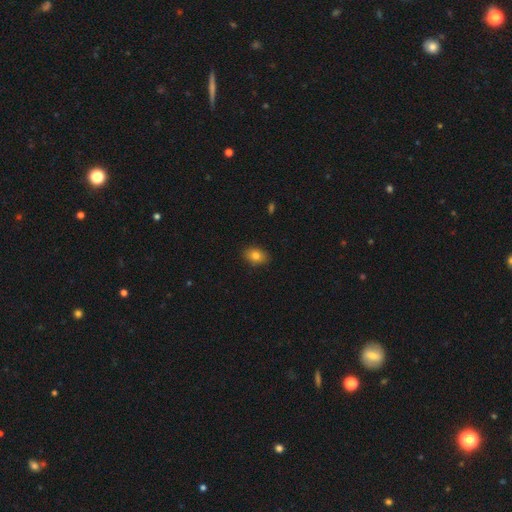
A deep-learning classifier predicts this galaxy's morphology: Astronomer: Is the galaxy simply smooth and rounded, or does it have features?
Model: smooth — 80%.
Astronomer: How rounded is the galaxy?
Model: in between — 73%.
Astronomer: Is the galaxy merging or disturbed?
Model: none — 88%.